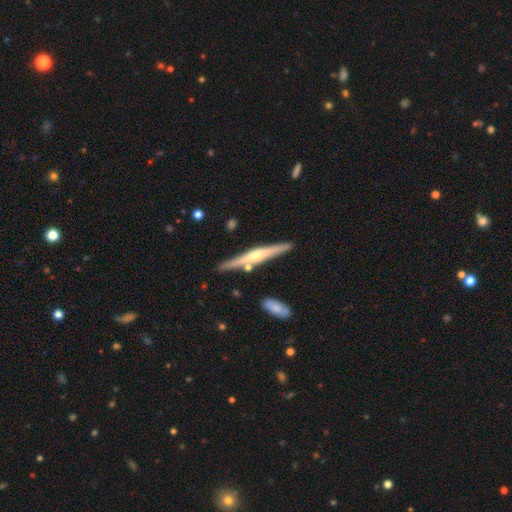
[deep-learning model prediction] smooth-or-featured: featured or disk: 67% | smooth: 28% | star or artifact: 5%
  disk-edge-on: yes: 97% | no: 3%
    edge-on-bulge: rounded: 79% | none: 12% | boxy: 9%
  merging: none: 84% | minor disturbance: 9% | merger: 5% | major disturbance: 2%